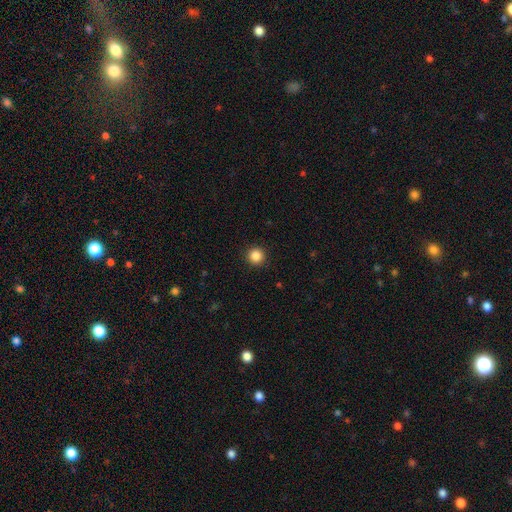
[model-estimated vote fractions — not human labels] The model was most divided on "smooth or featured": smooth: 86%, star or artifact: 11%, featured or disk: 3%. More confident: how rounded — round (96%); merging — none (93%).